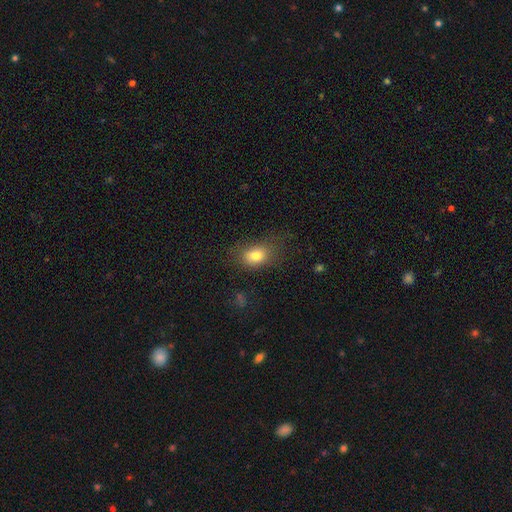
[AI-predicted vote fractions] This appears to be a smooth galaxy with no disk features (79%) that is in between round and cigar-shaped (73%). Merging: none (65%).